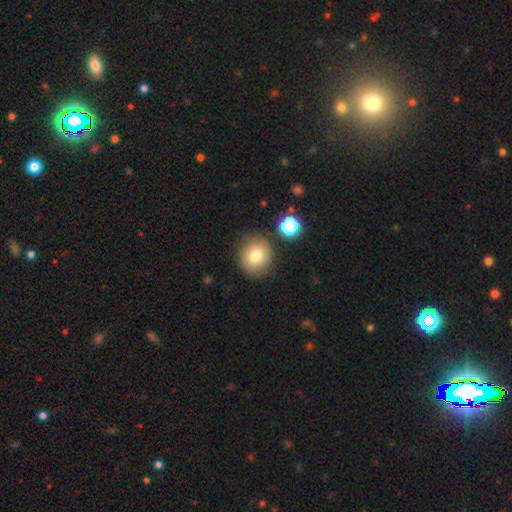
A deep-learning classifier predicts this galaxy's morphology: Smooth or featured? smooth (78%)
How rounded? round (84%)
Merging? none (79%)